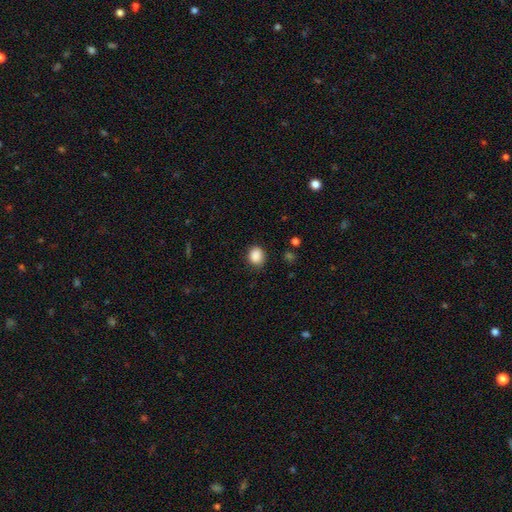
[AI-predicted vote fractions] Smooth or featured?
  - smooth: 88% *
  - star or artifact: 9%
  - featured or disk: 3%
How rounded?
  - round: 62% *
  - in between: 37%
  - cigar-shaped: 1%
Merging?
  - none: 82% *
  - minor disturbance: 13%
  - major disturbance: 3%
  - merger: 1%